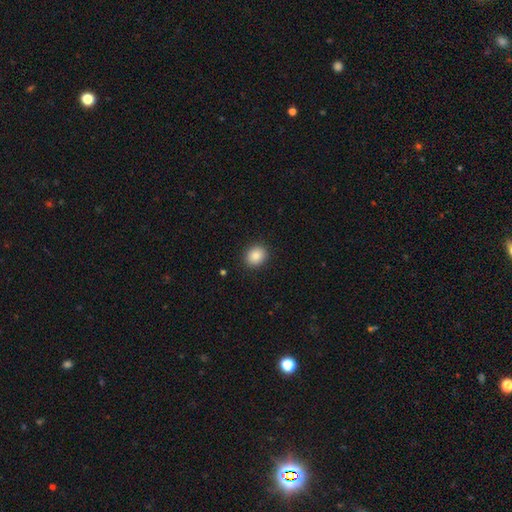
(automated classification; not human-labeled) smooth-or-featured: smooth: 87% | star or artifact: 9% | featured or disk: 4%
  how-rounded: round: 71% | in between: 29% | cigar-shaped: 1%
  merging: none: 91% | minor disturbance: 6% | major disturbance: 2% | merger: 1%